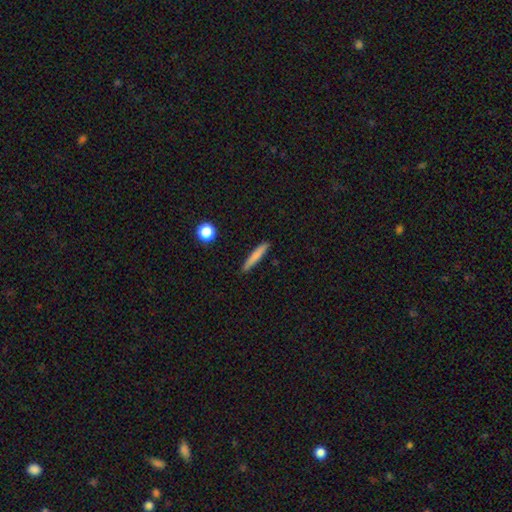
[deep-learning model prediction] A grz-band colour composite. It shows a smooth galaxy with no disk features (74%) that is cigar-shaped (93%). Merging: none (89%).